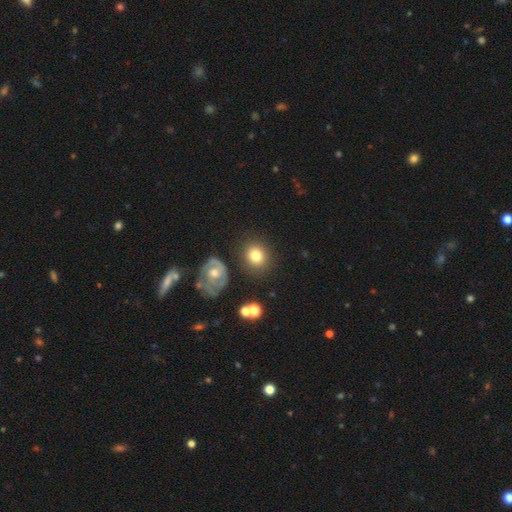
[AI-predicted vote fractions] A smooth galaxy with no disk features (75%) that is round (78%). Merging: none (79%).